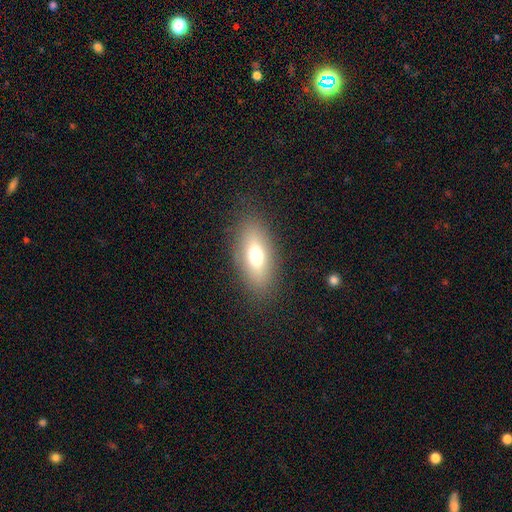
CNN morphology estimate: Smooth or featured? Predicted: smooth (p=0.67). How rounded? Predicted: in between (p=0.82). Merging? Predicted: none (p=0.84).